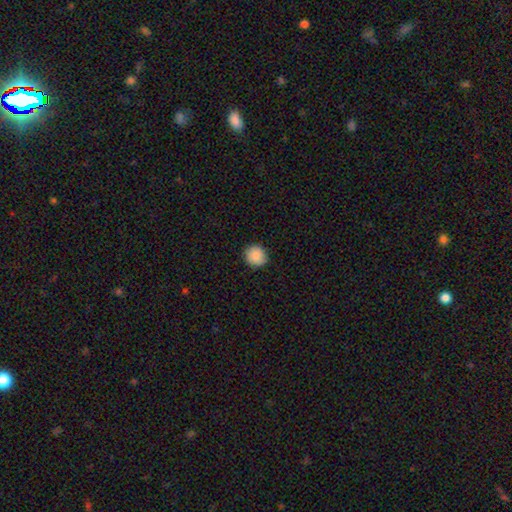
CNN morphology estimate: Smooth or featured: smooth — 88% (star or artifact — 8%)
How rounded: round — 91% (in between — 9%)
Merging: none — 90% (minor disturbance — 7%)